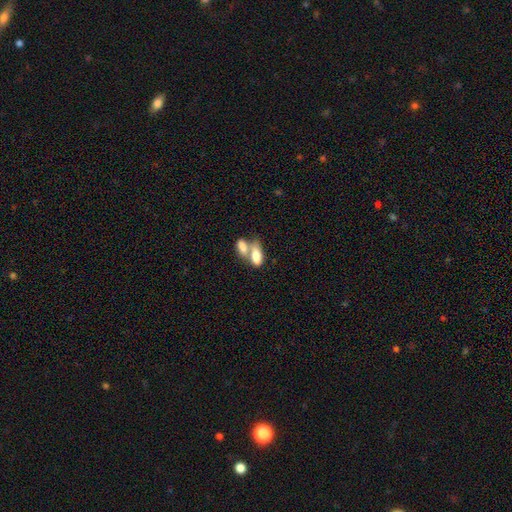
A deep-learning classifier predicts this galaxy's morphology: The model was most divided on "merging": merger: 67%, none: 21%, minor disturbance: 7%, major disturbance: 5%. More confident: how rounded — in between (89%); smooth or featured — smooth (77%).